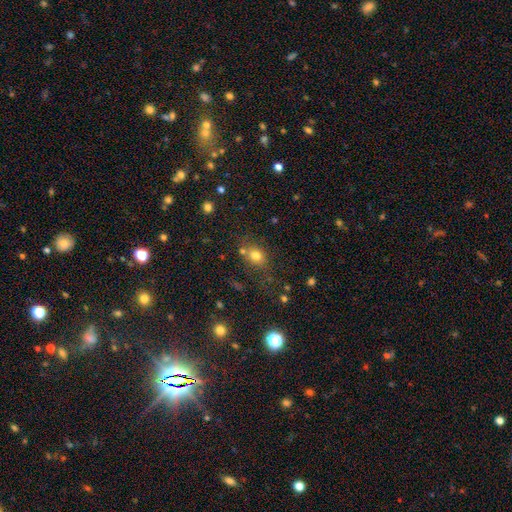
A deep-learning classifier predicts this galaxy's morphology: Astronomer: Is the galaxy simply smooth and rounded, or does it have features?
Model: smooth — 75%.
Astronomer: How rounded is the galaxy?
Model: round — 55% (runner-up: in between, 44%).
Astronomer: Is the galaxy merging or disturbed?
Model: none — 62%.